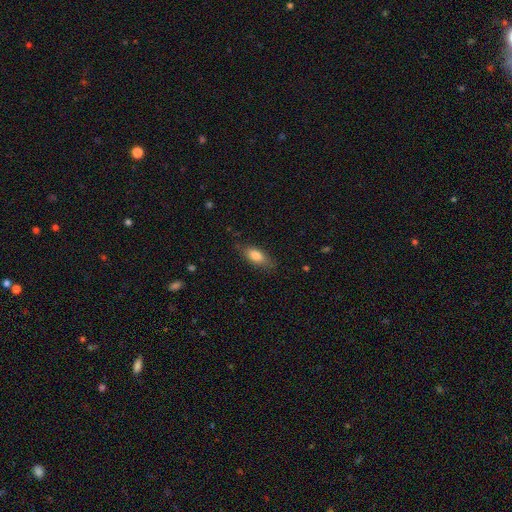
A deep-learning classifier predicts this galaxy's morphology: Overall: smooth (80%). How rounded: in between (79%). Merging: none (76%).